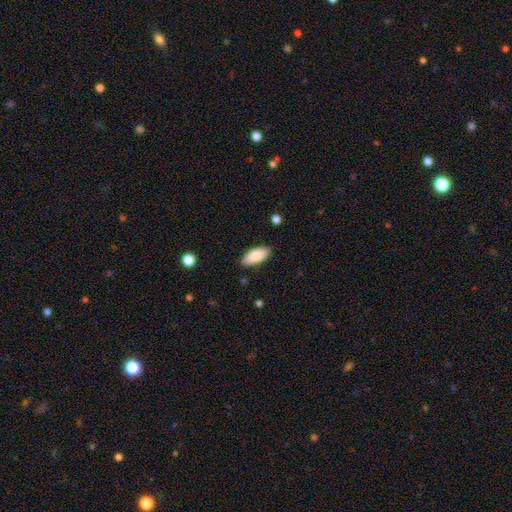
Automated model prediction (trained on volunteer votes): Smooth or featured: smooth — 85% (featured or disk — 9%)
How rounded: in between — 90% (cigar-shaped — 8%)
Merging: none — 86% (minor disturbance — 11%)